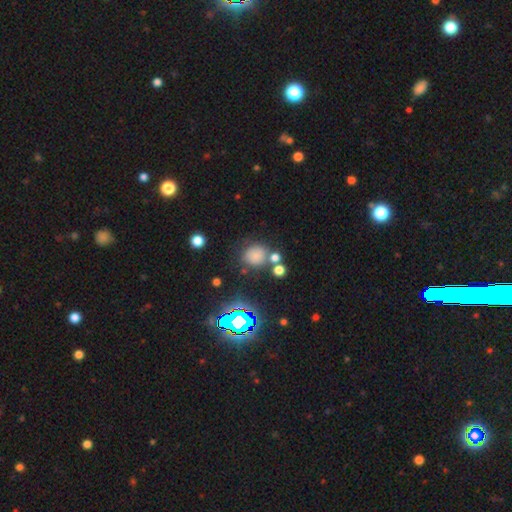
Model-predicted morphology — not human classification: This appears to be a smooth galaxy with no disk features (70%) that is round (79%). Merging: none (65%).